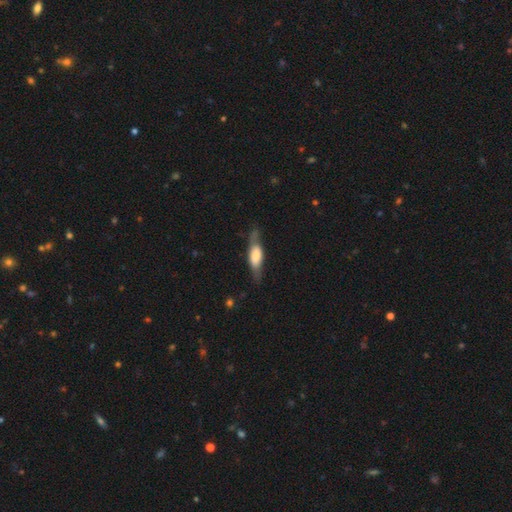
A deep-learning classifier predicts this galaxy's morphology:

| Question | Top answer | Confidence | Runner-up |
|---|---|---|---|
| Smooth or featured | smooth | 48% | featured or disk (46%) |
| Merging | none | 68% | minor disturbance (22%) |